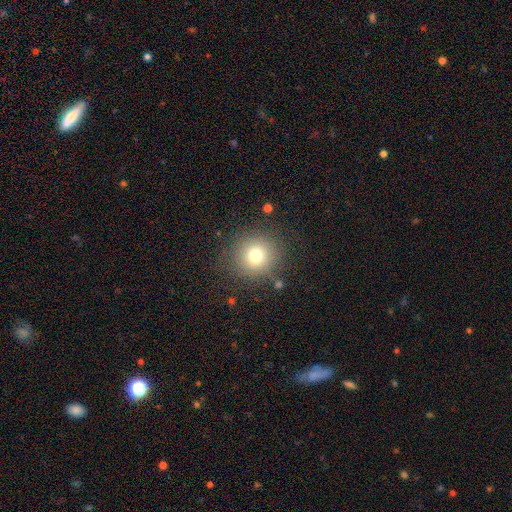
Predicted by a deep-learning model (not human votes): Q: Smooth or featured?
A: smooth (74%); runner-up: star or artifact (15%)
Q: How rounded?
A: round (92%); runner-up: in between (7%)
Q: Merging?
A: none (84%); runner-up: minor disturbance (10%)